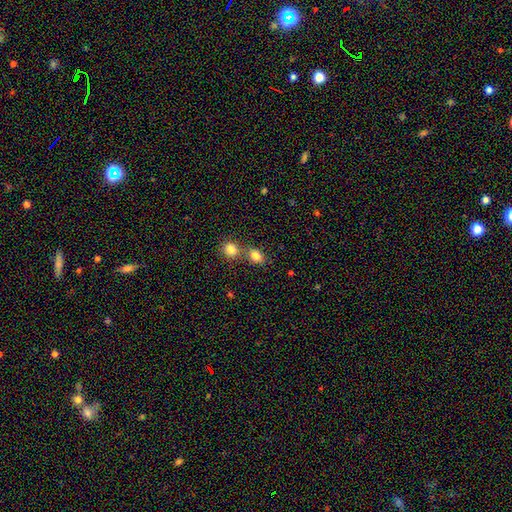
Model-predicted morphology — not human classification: Smooth or featured?
  - smooth: 82% *
  - star or artifact: 11%
  - featured or disk: 7%
How rounded?
  - in between: 55% *
  - round: 43%
  - cigar-shaped: 1%
Merging?
  - none: 51% *
  - merger: 38%
  - minor disturbance: 9%
  - major disturbance: 3%